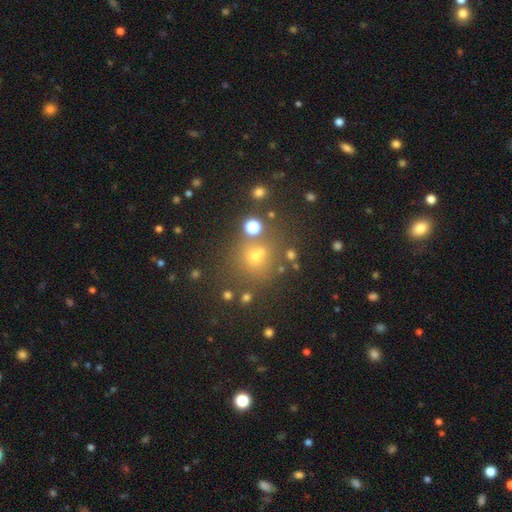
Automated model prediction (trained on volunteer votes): Morphology: type=smooth (56%); roundness=round (84%); merging=none (69%).